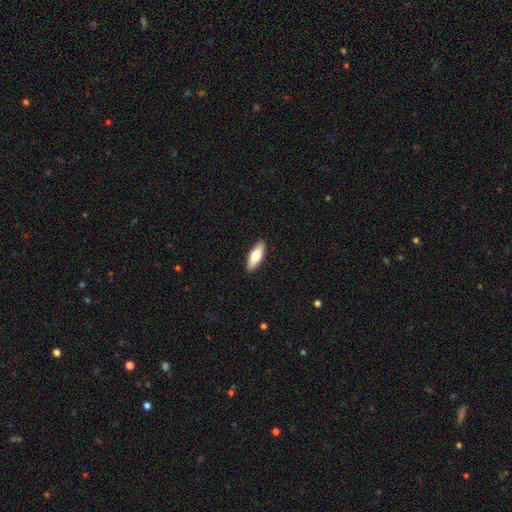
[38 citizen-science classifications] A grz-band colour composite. It shows a smooth galaxy with no disk features (82%) that is in between round and cigar-shaped (68%). Merging: none (95%).